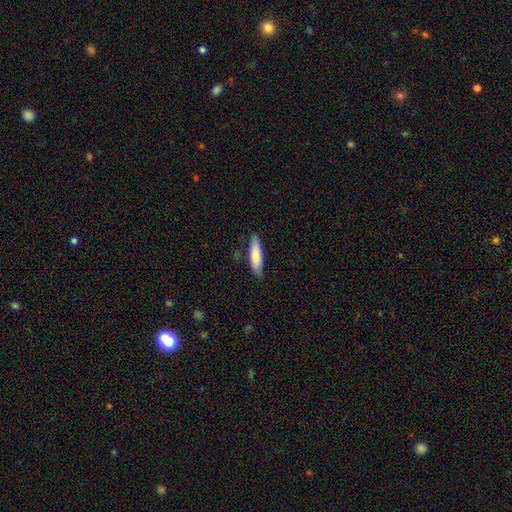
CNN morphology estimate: Q: Smooth or featured?
A: smooth (73%); runner-up: featured or disk (22%)
Q: How rounded?
A: cigar-shaped (72%); runner-up: in between (26%)
Q: Merging?
A: none (82%); runner-up: minor disturbance (13%)